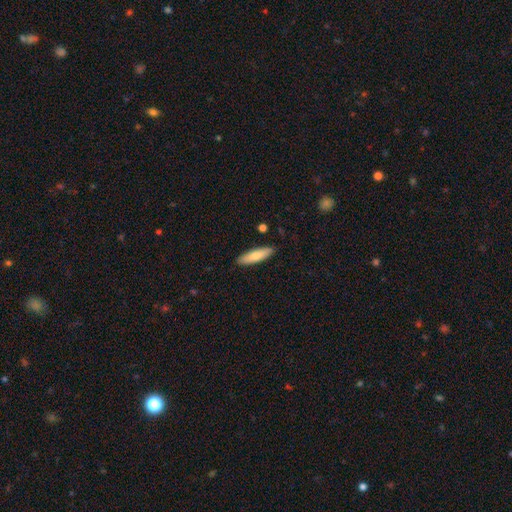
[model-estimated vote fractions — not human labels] This appears to be a smooth galaxy with no disk features (75%) that is cigar-shaped (65%). Merging: none (88%).